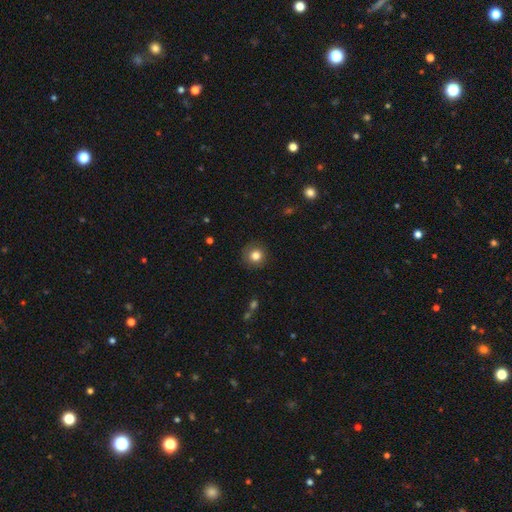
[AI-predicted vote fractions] Q: Smooth or featured?
A: smooth (82%); runner-up: star or artifact (11%)
Q: How rounded?
A: round (93%); runner-up: in between (6%)
Q: Merging?
A: none (88%); runner-up: minor disturbance (9%)